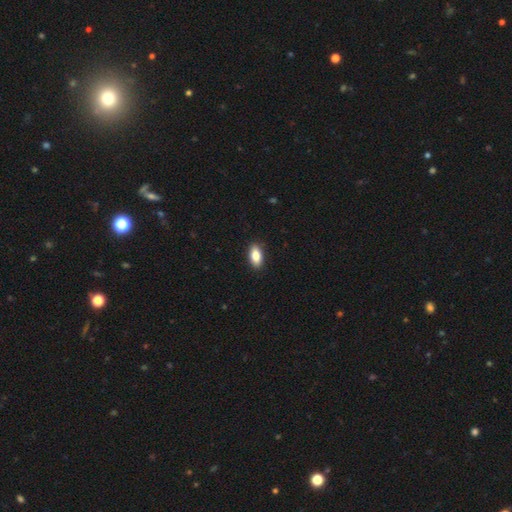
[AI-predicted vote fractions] Smooth or featured: smooth — 85% (featured or disk — 9%)
How rounded: in between — 89% (cigar-shaped — 8%)
Merging: none — 90% (minor disturbance — 8%)